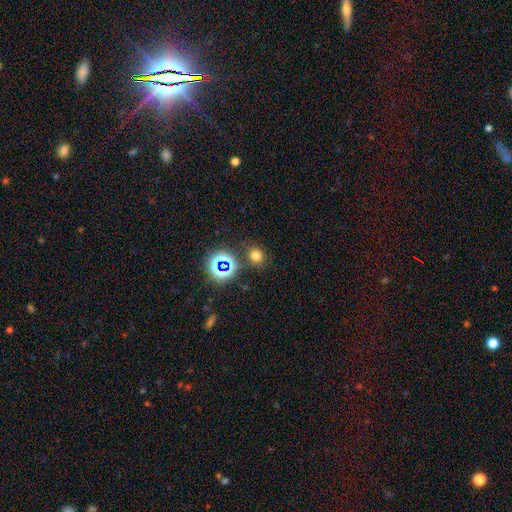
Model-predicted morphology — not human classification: Smooth or featured: smooth — 68% (star or artifact — 26%)
How rounded: round — 77% (in between — 21%)
Merging: none — 81% (minor disturbance — 9%)